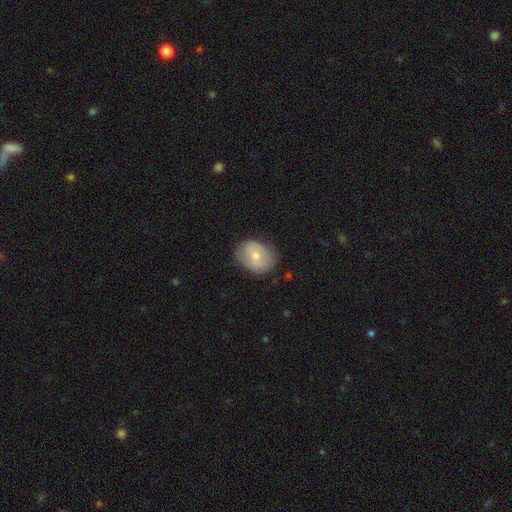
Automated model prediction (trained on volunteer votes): smooth 62%, featured or disk 32%, star or artifact 7%. Down the decision tree: how rounded — in between (57%); merging — none (71%).